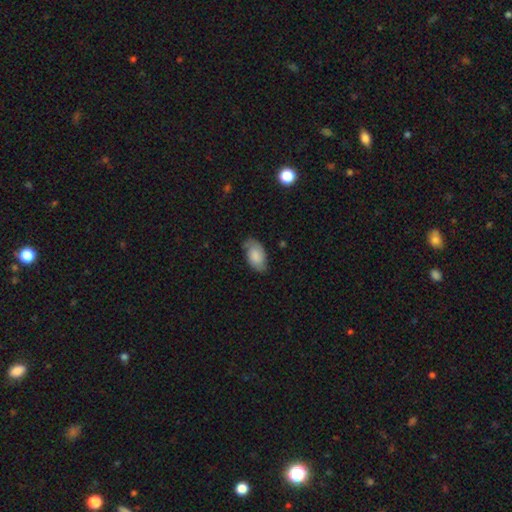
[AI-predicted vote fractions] Smooth or featured? smooth (70%)
How rounded? in between (94%)
Merging? none (68%)